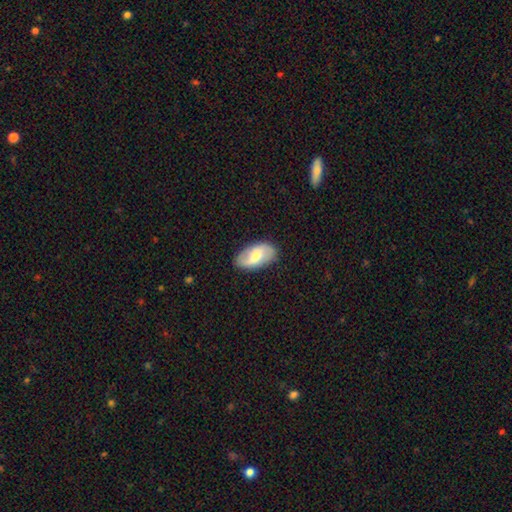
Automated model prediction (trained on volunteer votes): Q: Smooth or featured?
A: featured or disk (47%); tied with: smooth (47%)
Q: Merging?
A: none (84%); runner-up: minor disturbance (12%)